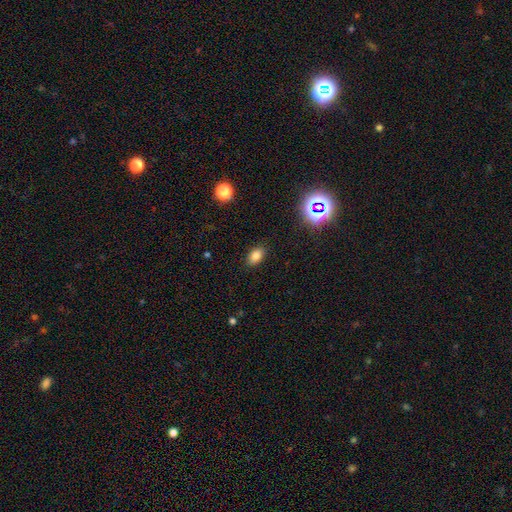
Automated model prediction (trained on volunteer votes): Q: Smooth or featured?
A: smooth (80%); runner-up: star or artifact (13%)
Q: How rounded?
A: in between (86%); runner-up: round (12%)
Q: Merging?
A: none (88%); runner-up: minor disturbance (9%)